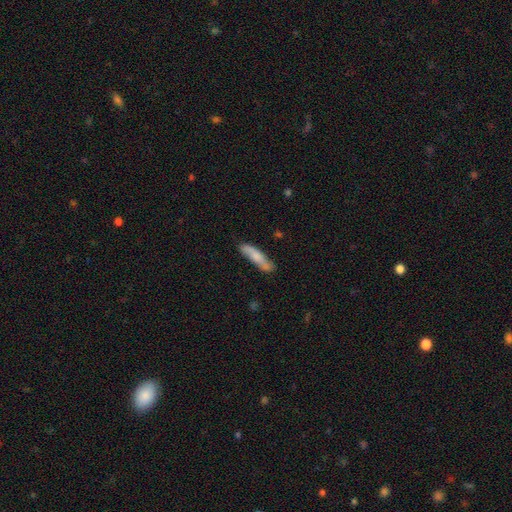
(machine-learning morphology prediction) Overall: smooth (67%; featured or disk 27%). How rounded: cigar-shaped (78%). Merging: none (75%).